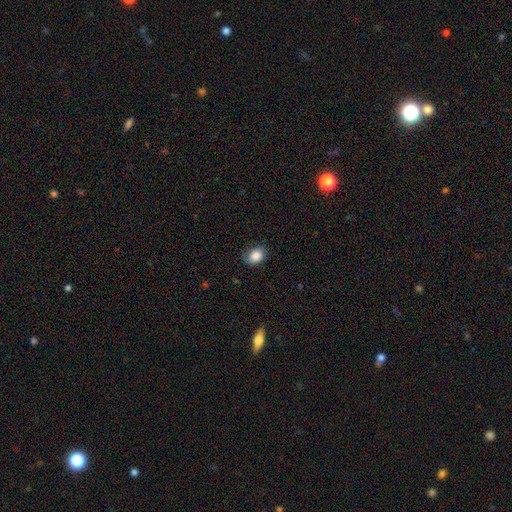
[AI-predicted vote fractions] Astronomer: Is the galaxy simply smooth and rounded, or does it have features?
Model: smooth — 86%.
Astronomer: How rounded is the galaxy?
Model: in between — 63%.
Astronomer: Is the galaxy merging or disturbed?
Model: none — 71%.